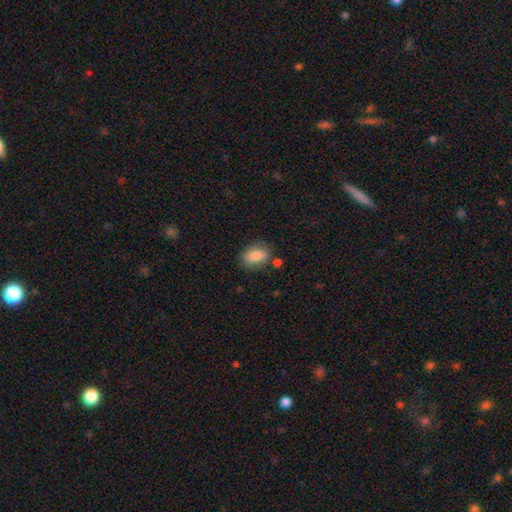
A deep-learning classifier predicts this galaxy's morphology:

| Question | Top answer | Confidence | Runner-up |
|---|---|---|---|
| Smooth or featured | smooth | 83% | featured or disk (9%) |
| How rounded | in between | 82% | round (16%) |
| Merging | none | 71% | minor disturbance (17%) |